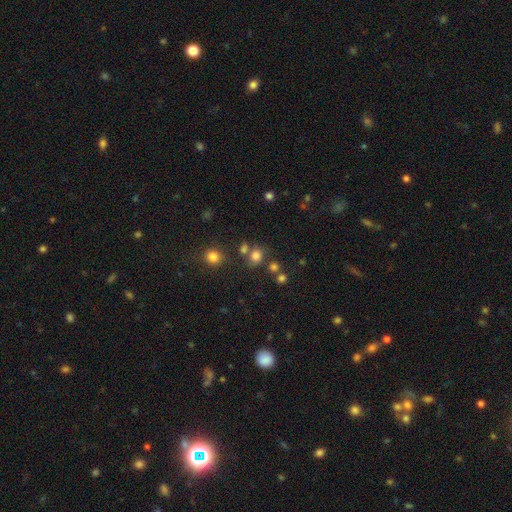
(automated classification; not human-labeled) A smooth galaxy with no disk features (76%) that is round (74%).

Vote fractions:
- Smooth or featured? smooth: 76% / star or artifact: 17% / featured or disk: 7%
- How rounded? round: 74% / in between: 25% / cigar-shaped: 1%
- Merging? none: 66% / merger: 19% / minor disturbance: 10% / major disturbance: 5%